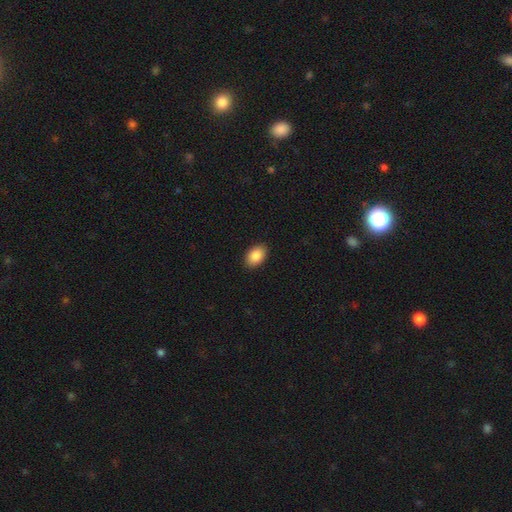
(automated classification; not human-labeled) A smooth galaxy with no disk features (88%) that is in between round and cigar-shaped (90%).

Vote fractions:
- Smooth or featured? smooth: 88% / star or artifact: 7% / featured or disk: 5%
- How rounded? in between: 90% / round: 9% / cigar-shaped: 1%
- Merging? none: 89% / minor disturbance: 8% / major disturbance: 2% / merger: 1%